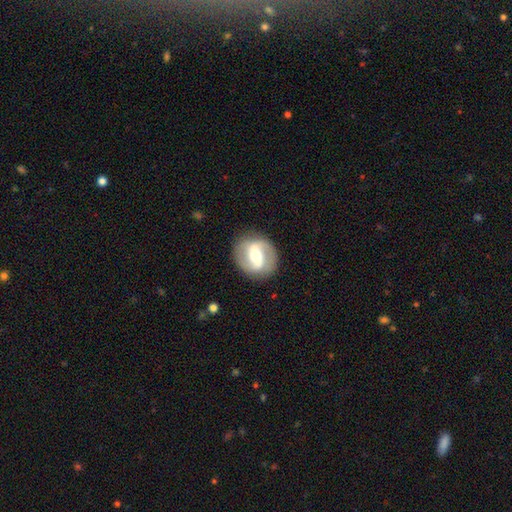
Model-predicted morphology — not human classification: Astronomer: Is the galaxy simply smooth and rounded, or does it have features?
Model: featured or disk — 77%.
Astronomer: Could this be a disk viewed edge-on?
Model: no — 96%.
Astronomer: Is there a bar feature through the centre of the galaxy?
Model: strong — 49% (runner-up: weak, 36%).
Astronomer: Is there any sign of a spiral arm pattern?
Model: yes — 83%.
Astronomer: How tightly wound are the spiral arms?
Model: medium — 44% (runner-up: loose, 33%).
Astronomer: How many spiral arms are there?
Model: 2 — 90%.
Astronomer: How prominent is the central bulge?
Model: moderate — 63%.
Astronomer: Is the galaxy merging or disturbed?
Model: none — 86%.